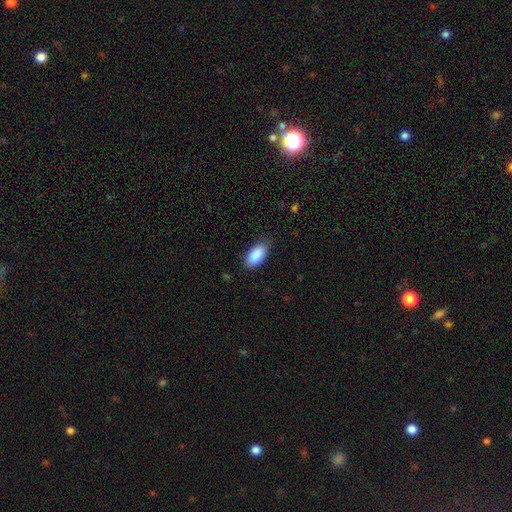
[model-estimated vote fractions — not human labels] Q: Smooth or featured?
A: smooth (89%); runner-up: star or artifact (6%)
Q: How rounded?
A: in between (94%); runner-up: cigar-shaped (4%)
Q: Merging?
A: none (78%); runner-up: minor disturbance (18%)